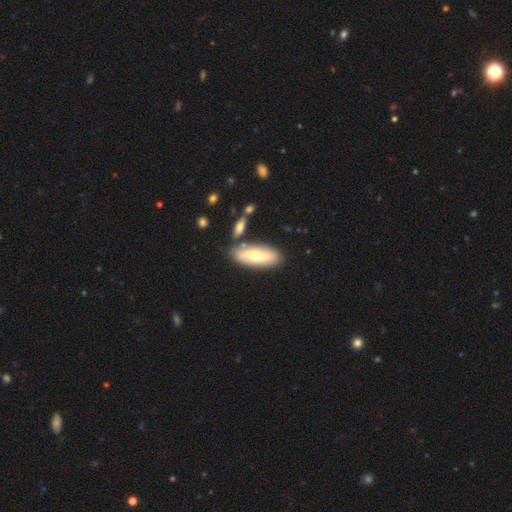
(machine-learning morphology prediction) This is possibly a smooth galaxy (57%). How rounded: likely in between (78%). Merging: likely none (77%).